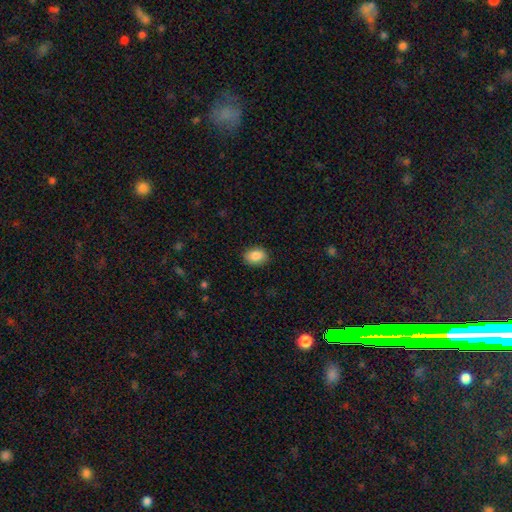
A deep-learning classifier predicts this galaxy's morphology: Smooth or featured? Predicted: smooth (p=0.88). How rounded? Predicted: in between (p=0.77). Merging? Predicted: none (p=0.88).